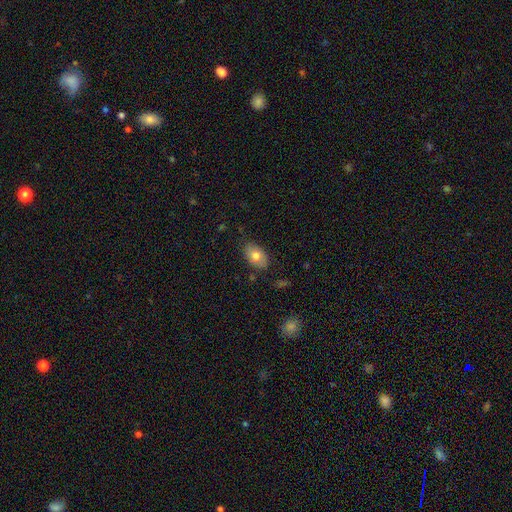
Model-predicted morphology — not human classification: Overall: smooth (74%). How rounded: in between (89%). Merging: none (80%).